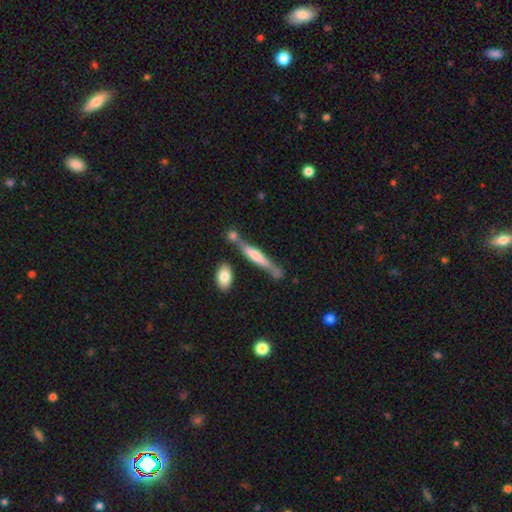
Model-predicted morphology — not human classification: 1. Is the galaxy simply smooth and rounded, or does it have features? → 48% smooth, 46% featured or disk, 6% star or artifact.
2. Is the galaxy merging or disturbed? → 55% none, 19% minor disturbance, 18% merger, 8% major disturbance.